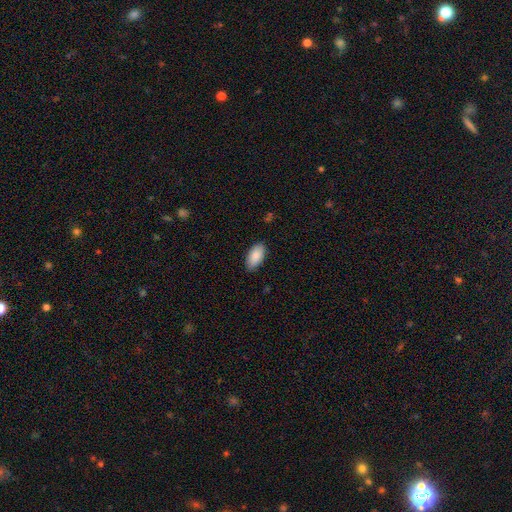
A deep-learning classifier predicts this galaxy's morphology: Overall: smooth (89%). How rounded: in between (94%). Merging: none (86%).